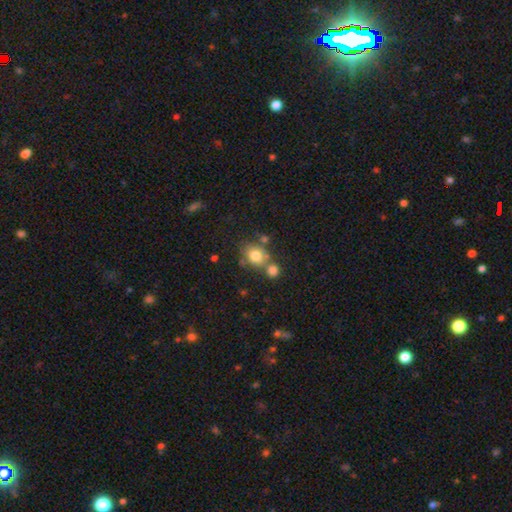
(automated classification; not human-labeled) Smooth or featured: smooth — 77% (featured or disk — 12%)
How rounded: round — 56% (in between — 43%)
Merging: none — 55% (merger — 26%)